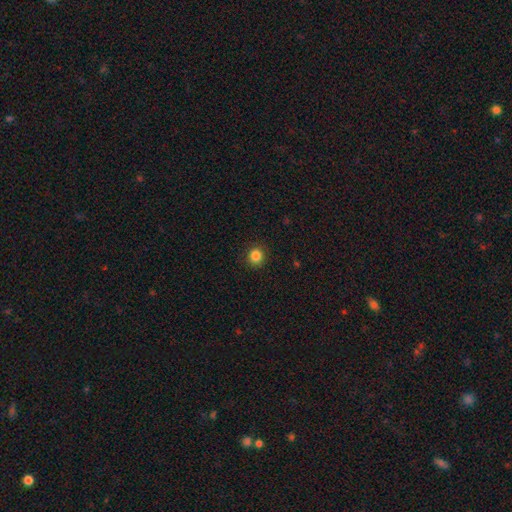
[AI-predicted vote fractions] Smooth or featured? Predicted: smooth (p=0.85). How rounded? Predicted: round (p=0.88). Merging? Predicted: none (p=0.91).